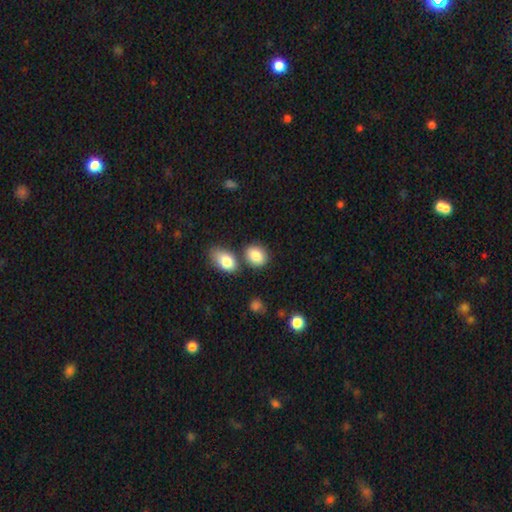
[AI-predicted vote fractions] A smooth galaxy with no disk features (83%) that is in between round and cigar-shaped (60%).

Vote fractions:
- Smooth or featured? smooth: 83% / featured or disk: 9% / star or artifact: 8%
- How rounded? in between: 60% / round: 38% / cigar-shaped: 1%
- Merging? none: 66% / merger: 18% / minor disturbance: 12% / major disturbance: 4%